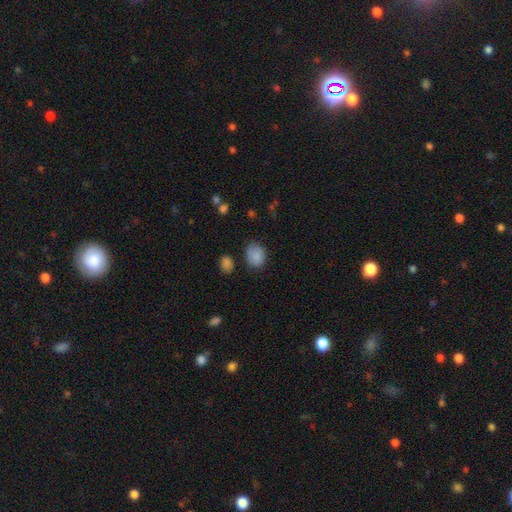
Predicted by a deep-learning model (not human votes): Smooth or featured? smooth (86%)
How rounded? in between (61%)
Merging? none (70%)